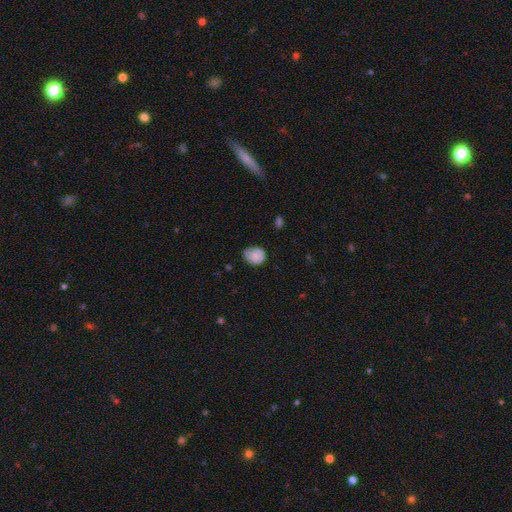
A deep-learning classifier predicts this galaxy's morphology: Q: Smooth or featured?
A: smooth (80%); runner-up: featured or disk (12%)
Q: How rounded?
A: round (66%); runner-up: in between (33%)
Q: Merging?
A: none (62%); runner-up: minor disturbance (31%)